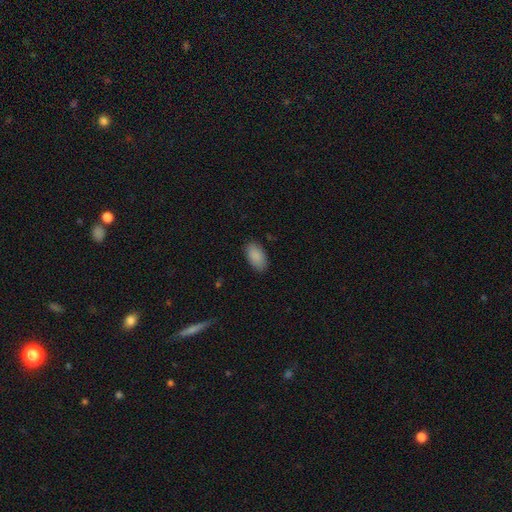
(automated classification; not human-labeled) Smooth or featured? Predicted: smooth (p=0.90). How rounded? Predicted: in between (p=0.95). Merging? Predicted: none (p=0.87).